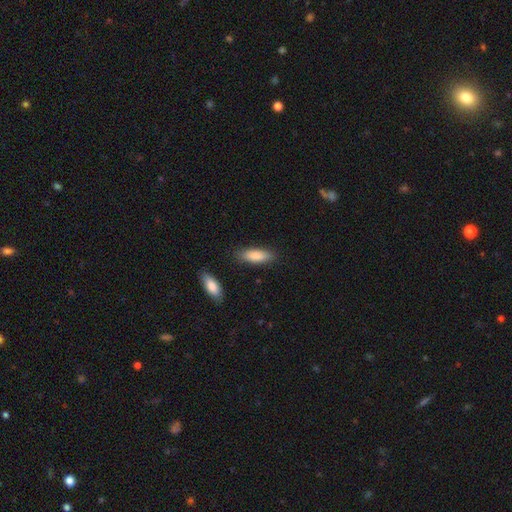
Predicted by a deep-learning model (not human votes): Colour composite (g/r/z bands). It shows a smooth galaxy with no disk features (86%) that is in between round and cigar-shaped (61%). Merging: none (83%).